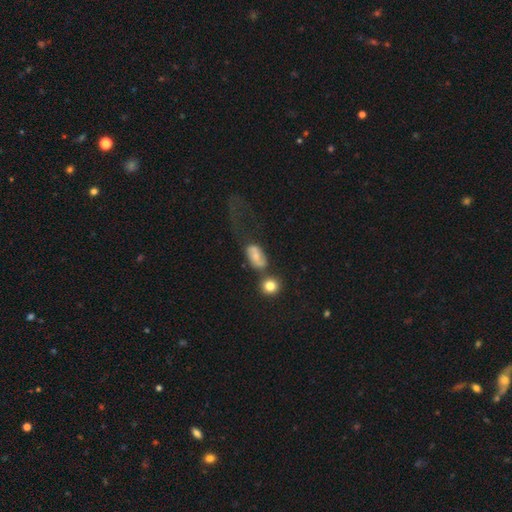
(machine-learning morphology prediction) smooth-or-featured: smooth: 50% | featured or disk: 40% | star or artifact: 10%
  merging: none: 41% | merger: 21% | minor disturbance: 20% | major disturbance: 18%